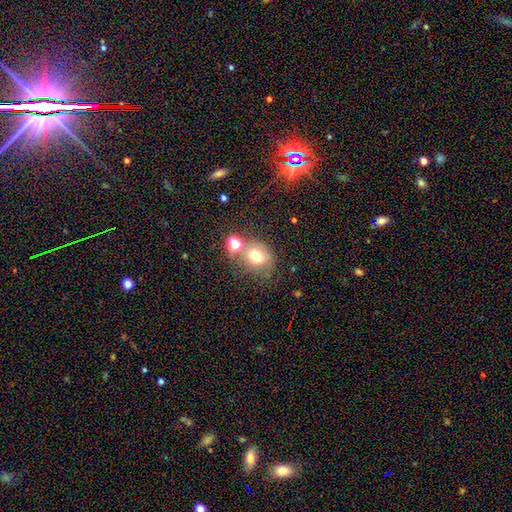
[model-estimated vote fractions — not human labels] Smooth or featured? Predicted: smooth (p=0.70). How rounded? Predicted: round (p=0.56). Merging? Predicted: none (p=0.52).